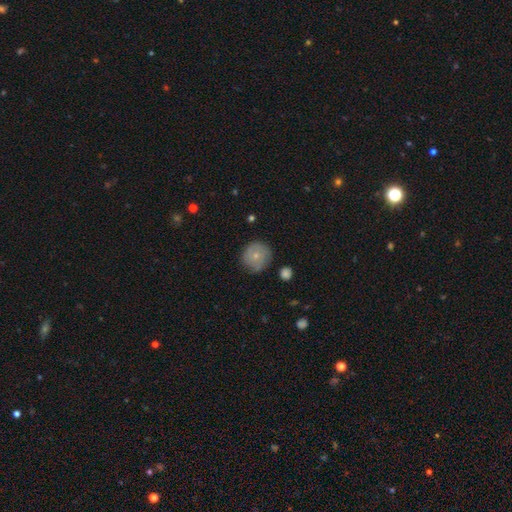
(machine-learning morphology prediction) Smooth or featured: smooth — 68% (featured or disk — 24%)
How rounded: round — 92% (in between — 7%)
Merging: none — 76% (minor disturbance — 19%)